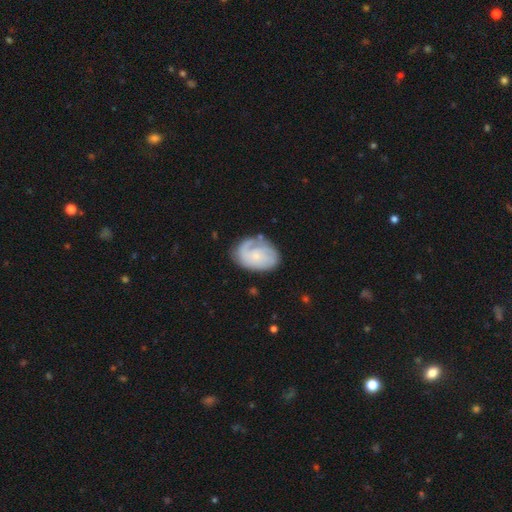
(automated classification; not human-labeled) smooth_or_featured: featured or disk (p=0.71) [alt: smooth p=0.23]
disk_edge_on: no (p=0.97) [alt: yes p=0.03]
bar: no (p=0.75) [alt: weak p=0.22]
has_spiral_arms: yes (p=0.91) [alt: no p=0.09]
spiral_winding: tight (p=0.55) [alt: medium p=0.32]
spiral_arm_count: 2 (p=0.30) [tied with: can't tell p=0.30]
bulge_size: small (p=0.74) [alt: moderate p=0.16]
merging: none (p=0.64) [alt: minor disturbance p=0.23]